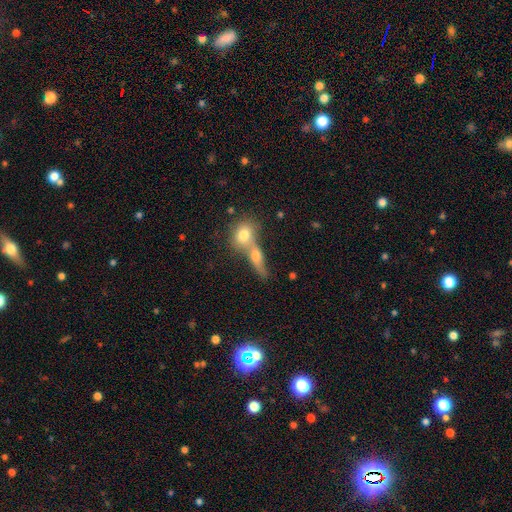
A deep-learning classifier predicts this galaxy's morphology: Smooth or featured: smooth — 62% (featured or disk — 28%)
How rounded: in between — 46% (cigar-shaped — 29%)
Merging: merger — 57% (none — 30%)